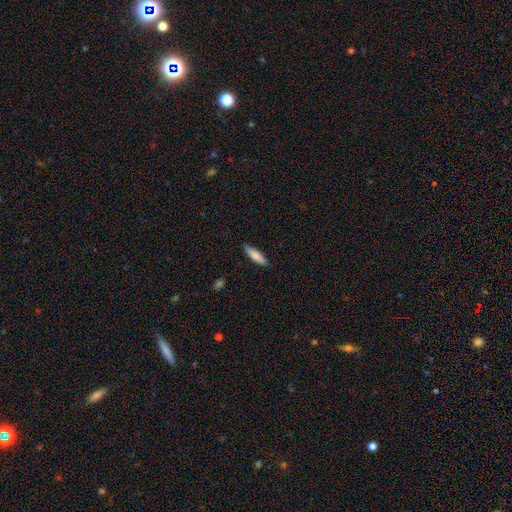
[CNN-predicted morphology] This is clearly a smooth galaxy (81%). How rounded: likely cigar-shaped (71%). Merging: clearly none (89%).